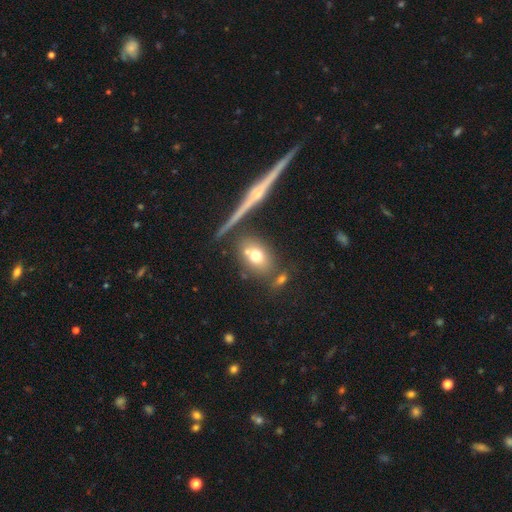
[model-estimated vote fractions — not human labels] smooth 69%, featured or disk 20%, star or artifact 11%. Down the decision tree: how rounded — in between (57%); merging — none (68%).